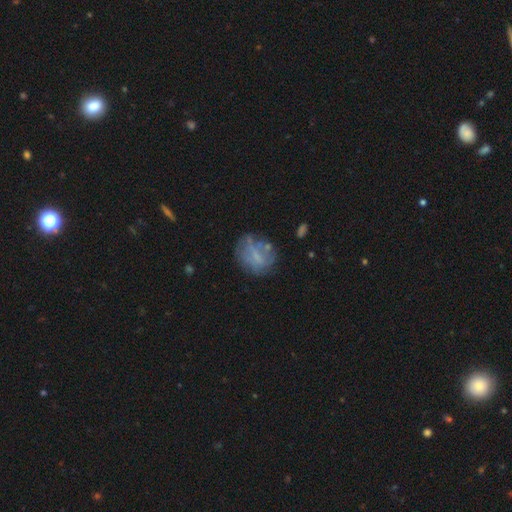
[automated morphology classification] smooth-or-featured: smooth: 45% | featured or disk: 43% | star or artifact: 12%
  merging: none: 54% | minor disturbance: 23% | major disturbance: 17% | merger: 6%